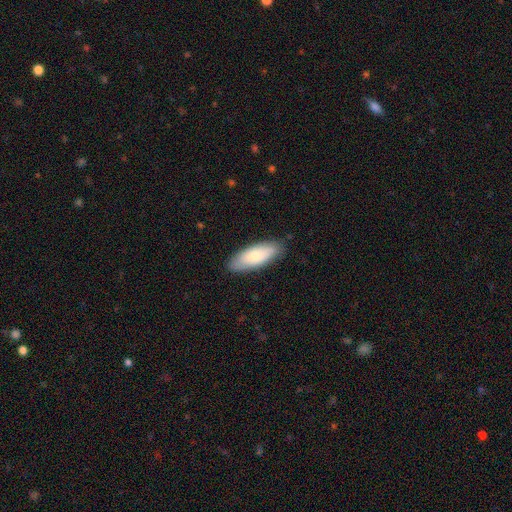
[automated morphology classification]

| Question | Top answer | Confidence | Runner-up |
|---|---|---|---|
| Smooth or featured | smooth | 73% | featured or disk (21%) |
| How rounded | in between | 73% | cigar-shaped (25%) |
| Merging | none | 84% | minor disturbance (12%) |